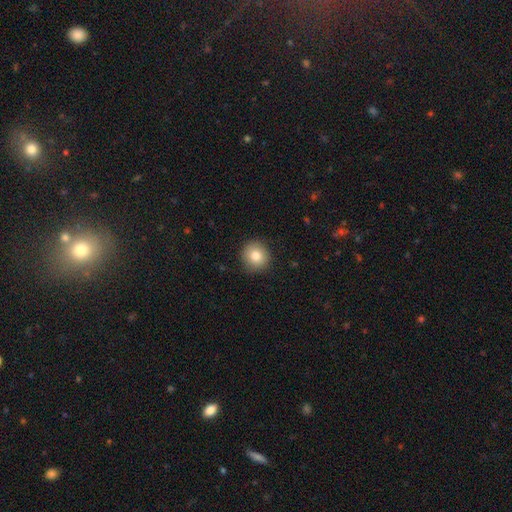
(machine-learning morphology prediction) Q: Smooth or featured?
A: smooth (83%); runner-up: star or artifact (9%)
Q: How rounded?
A: round (91%); runner-up: in between (8%)
Q: Merging?
A: none (90%); runner-up: minor disturbance (7%)